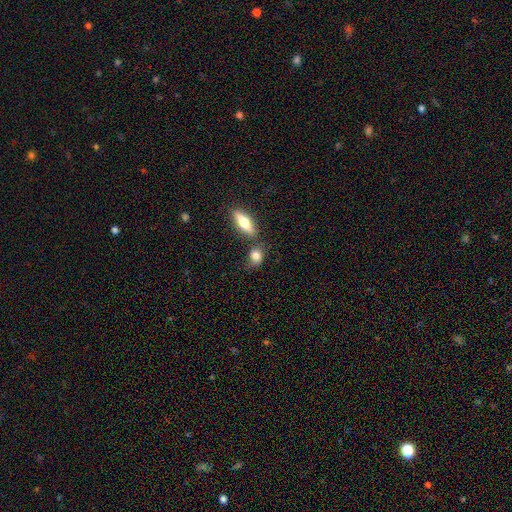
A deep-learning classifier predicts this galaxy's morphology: The model was most divided on "how rounded": in between: 57%, round: 36%, cigar-shaped: 7%. More confident: smooth or featured — smooth (79%); merging — none (62%).